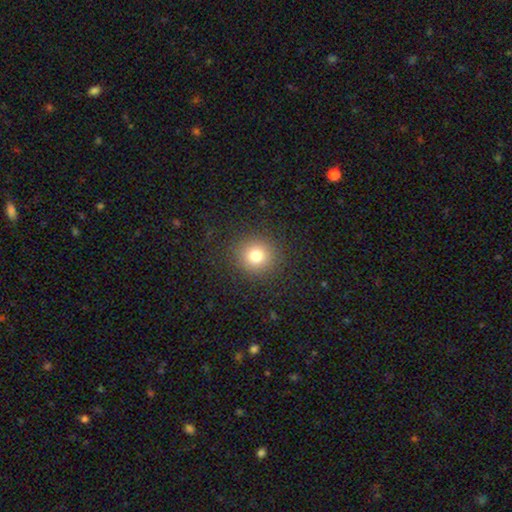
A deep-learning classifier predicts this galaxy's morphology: smooth_or_featured: smooth (p=0.78) [alt: star or artifact p=0.14]
how_rounded: round (p=0.91) [alt: in between p=0.08]
merging: none (p=0.90) [alt: minor disturbance p=0.06]